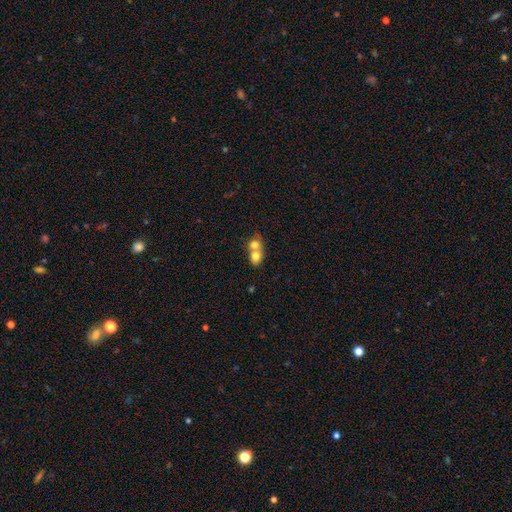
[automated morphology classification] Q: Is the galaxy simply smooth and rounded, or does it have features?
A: smooth — 73%.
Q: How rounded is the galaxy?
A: round — 56%.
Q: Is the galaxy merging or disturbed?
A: merger — 74%.